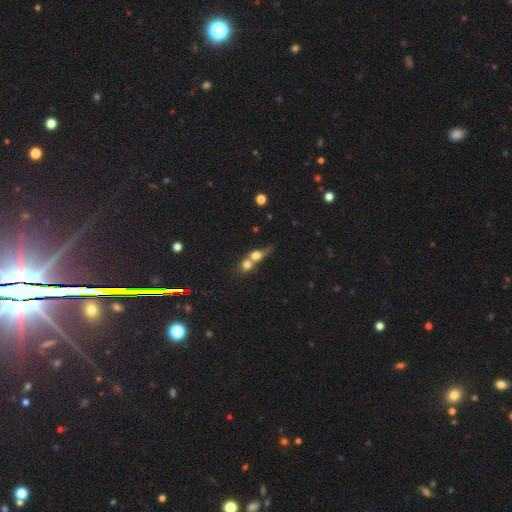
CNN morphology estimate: A smooth galaxy with no disk features (68%) that is round (64%). Merging: merger (72%).